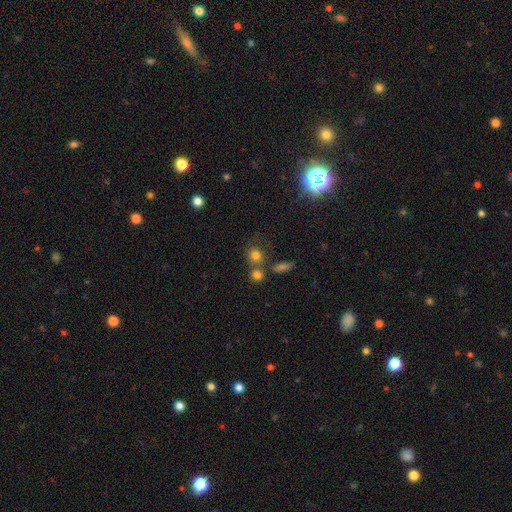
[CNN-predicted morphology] smooth 77%, star or artifact 13%, featured or disk 10%. Down the decision tree: how rounded — round (80%); merging — none (56%).